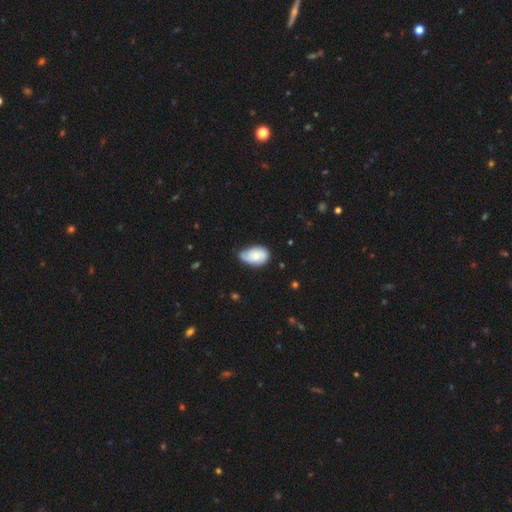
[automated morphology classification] smooth 52%, featured or disk 41%, star or artifact 7%. Down the decision tree: how rounded — in between (88%); merging — none (47%).